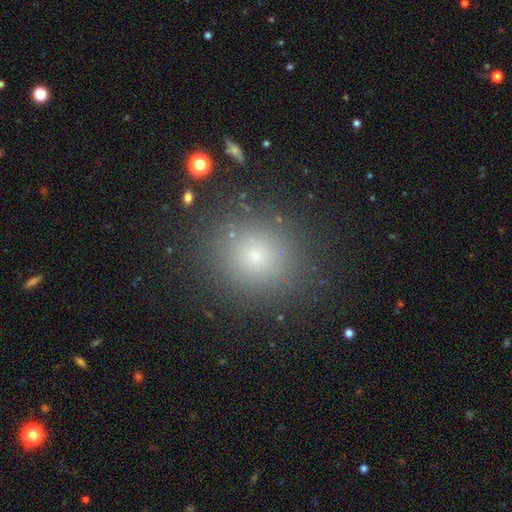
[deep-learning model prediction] A smooth galaxy with no disk features (70%) that is round (84%).

Vote fractions:
- Smooth or featured? smooth: 70% / star or artifact: 20% / featured or disk: 10%
- How rounded? round: 84% / in between: 15% / cigar-shaped: 1%
- Merging? none: 86% / minor disturbance: 8% / major disturbance: 4% / merger: 2%